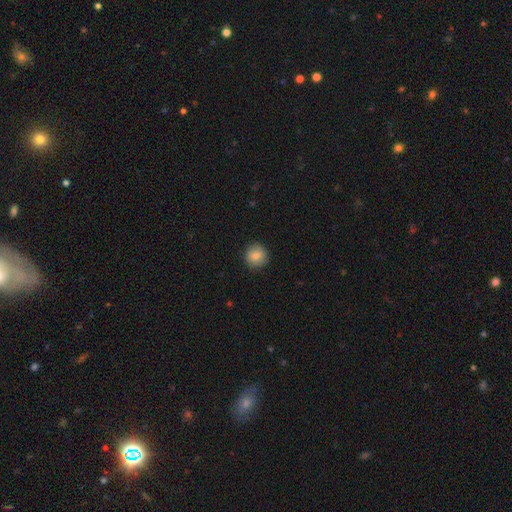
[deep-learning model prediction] The model was most divided on "smooth or featured": smooth: 85%, star or artifact: 9%, featured or disk: 7%. More confident: how rounded — round (92%); merging — none (90%).